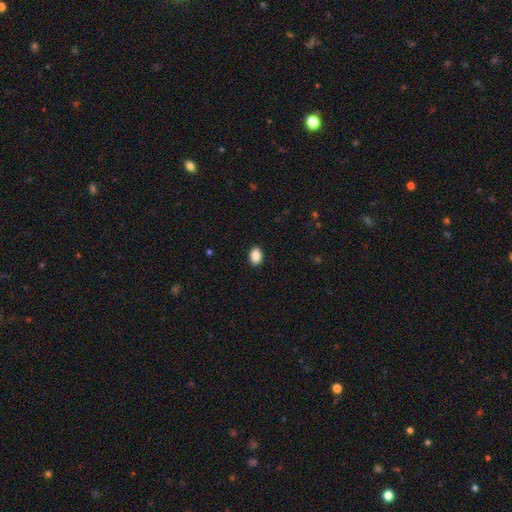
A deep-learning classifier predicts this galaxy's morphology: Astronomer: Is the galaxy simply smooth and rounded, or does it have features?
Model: smooth — 89%.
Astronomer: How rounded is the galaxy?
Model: in between — 78%.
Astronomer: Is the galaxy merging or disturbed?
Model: none — 91%.